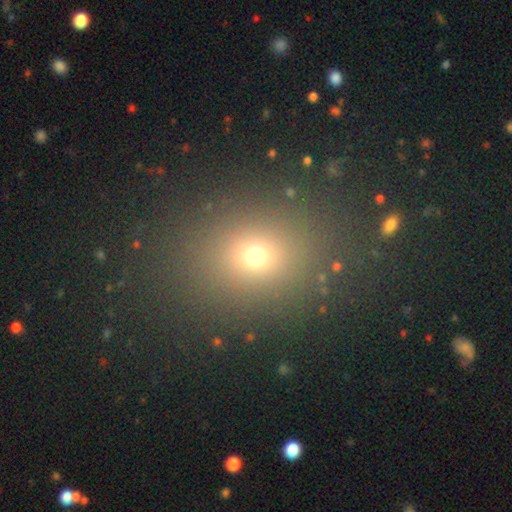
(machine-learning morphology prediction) This appears to be a smooth galaxy with no disk features (65%) that is round (57%). Merging: none (86%).